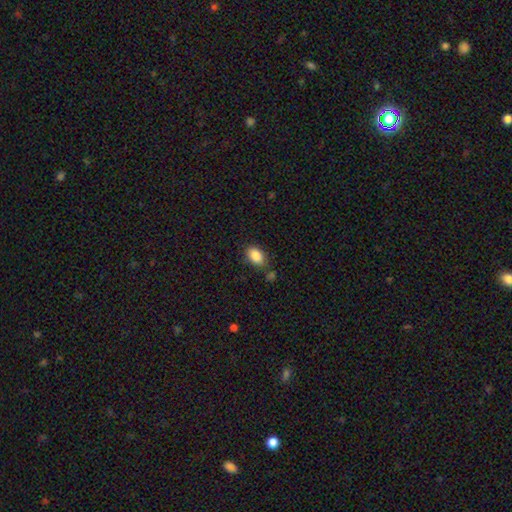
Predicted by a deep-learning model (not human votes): smooth_or_featured: smooth (p=0.87) [alt: star or artifact p=0.08]
how_rounded: in between (p=0.90) [alt: round p=0.08]
merging: none (p=0.75) [alt: minor disturbance p=0.14]